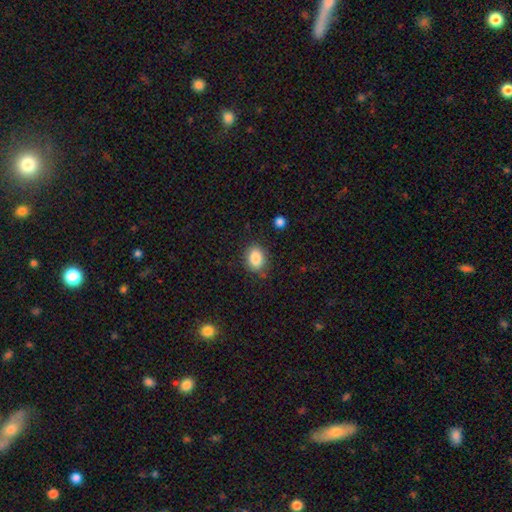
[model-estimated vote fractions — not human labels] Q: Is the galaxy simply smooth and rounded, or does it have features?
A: smooth — 86%.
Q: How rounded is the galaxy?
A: in between — 69%.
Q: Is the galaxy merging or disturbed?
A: none — 79%.